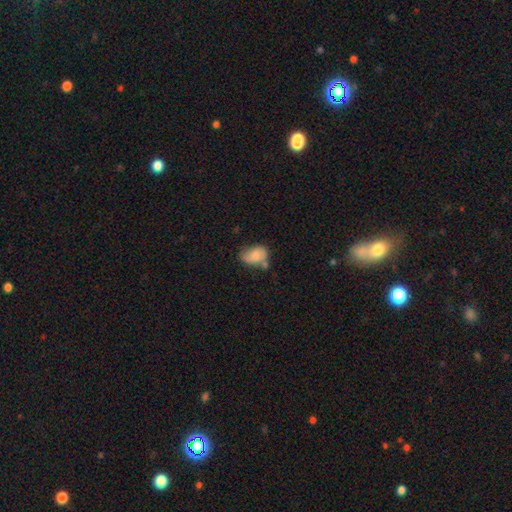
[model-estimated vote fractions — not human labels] Smooth or featured? Predicted: smooth (p=0.67). How rounded? Predicted: in between (p=0.76). Merging? Predicted: none (p=0.39).